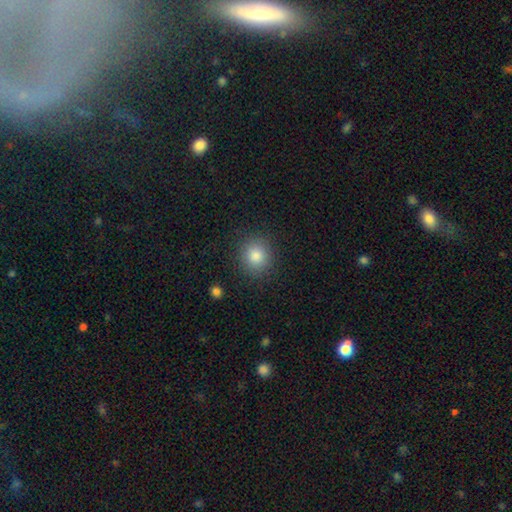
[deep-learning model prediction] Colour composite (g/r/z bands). It shows a smooth galaxy with no disk features (84%) that is round (86%). Merging: none (89%).